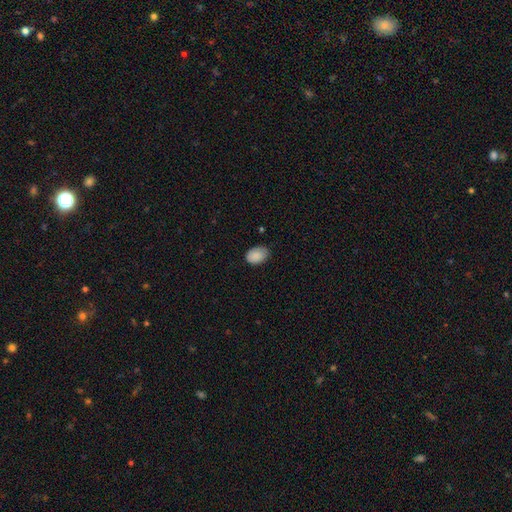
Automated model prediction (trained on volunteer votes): smooth 89%, star or artifact 7%, featured or disk 4%. Down the decision tree: how rounded — in between (81%); merging — none (71%).